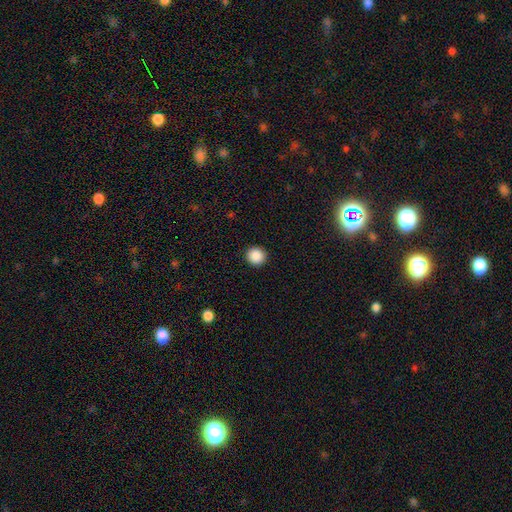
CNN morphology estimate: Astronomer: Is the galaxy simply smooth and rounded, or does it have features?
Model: smooth — 88%.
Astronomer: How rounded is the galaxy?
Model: round — 93%.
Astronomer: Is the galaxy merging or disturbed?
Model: none — 93%.